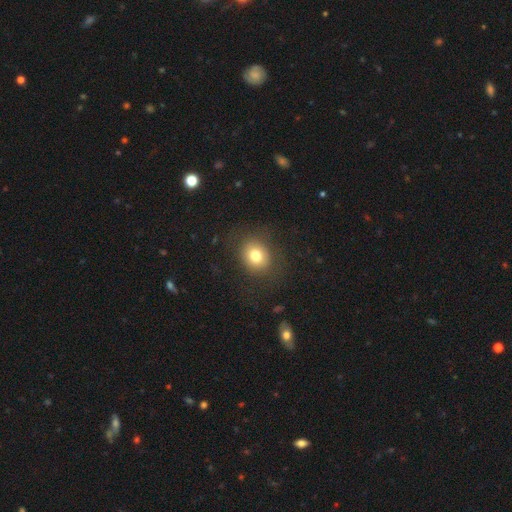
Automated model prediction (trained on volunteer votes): smooth_or_featured: smooth (p=0.77) [alt: star or artifact p=0.12]
how_rounded: round (p=0.66) [alt: in between p=0.33]
merging: none (p=0.81) [alt: minor disturbance p=0.11]